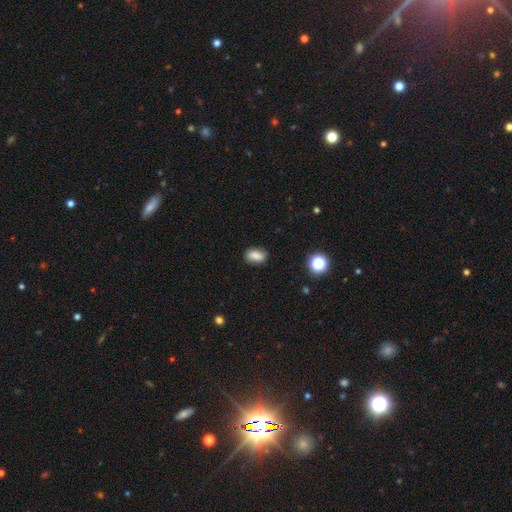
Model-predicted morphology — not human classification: Smooth or featured? smooth (81%)
How rounded? in between (84%)
Merging? none (82%)